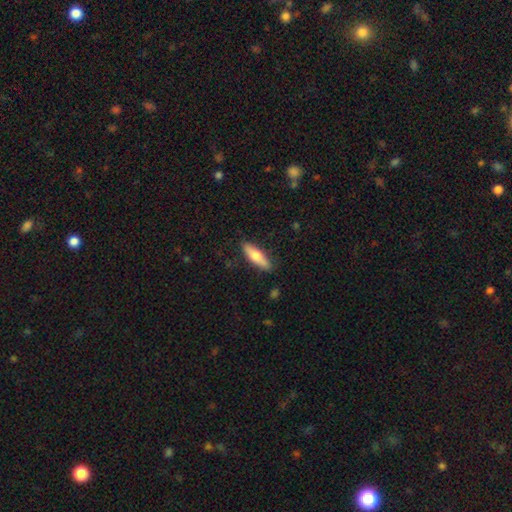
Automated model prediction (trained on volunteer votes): Smooth or featured?
  - smooth: 66% *
  - featured or disk: 29%
  - star or artifact: 5%
How rounded?
  - cigar-shaped: 59% *
  - in between: 39%
  - round: 2%
Merging?
  - none: 87% *
  - minor disturbance: 10%
  - major disturbance: 2%
  - merger: 1%